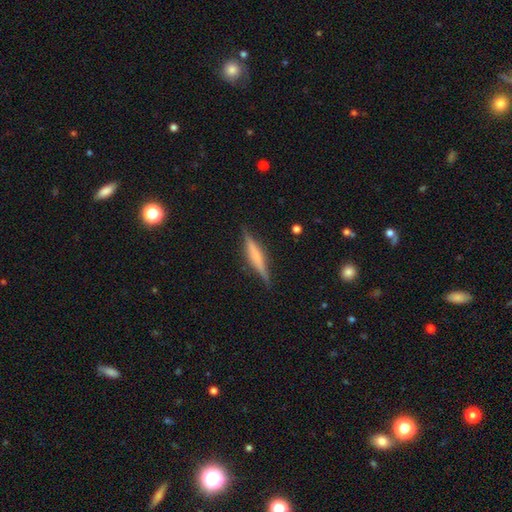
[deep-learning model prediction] featured or disk 62%, smooth 31%, star or artifact 7%. Down the decision tree: edge-on disk — yes (97%); edge-on bulge — rounded (43%); merging — none (87%).